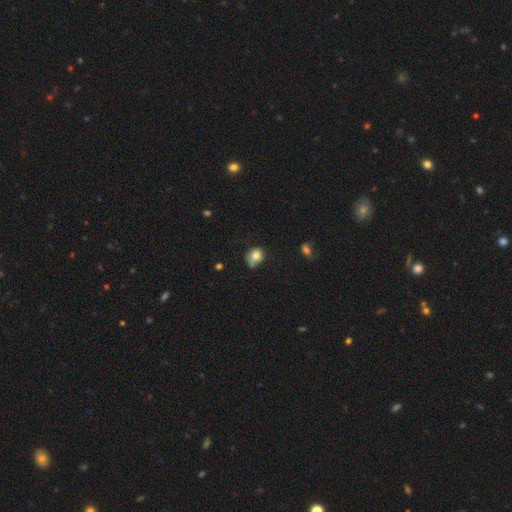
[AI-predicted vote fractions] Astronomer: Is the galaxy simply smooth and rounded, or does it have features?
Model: smooth — 77%.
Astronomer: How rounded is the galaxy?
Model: round — 54% (runner-up: in between, 45%).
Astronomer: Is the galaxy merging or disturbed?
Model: minor disturbance — 42% (runner-up: none, 38%).